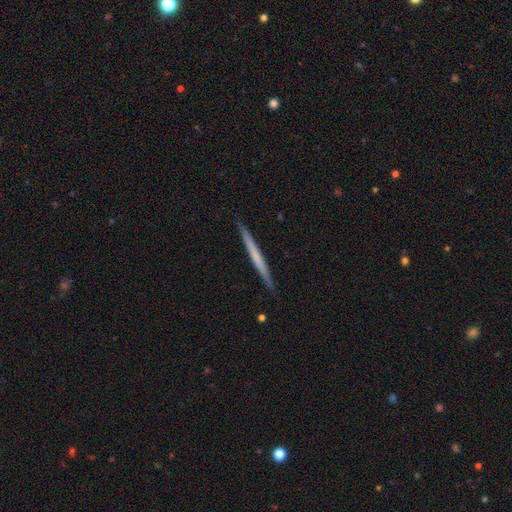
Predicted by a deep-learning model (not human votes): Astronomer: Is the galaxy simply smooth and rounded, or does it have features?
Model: featured or disk — 49% (runner-up: smooth, 46%).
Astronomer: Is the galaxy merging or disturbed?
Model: none — 91%.